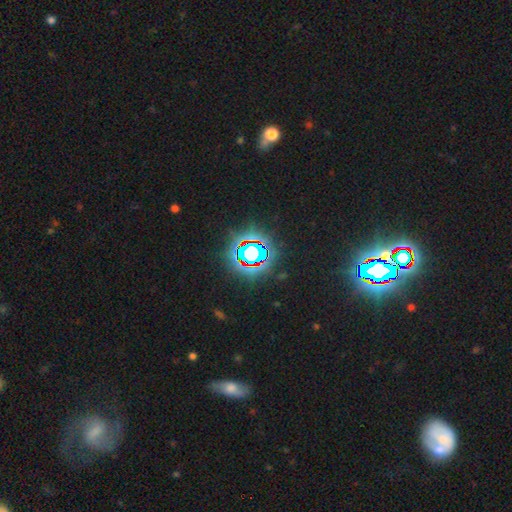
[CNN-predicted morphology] The model was most divided on "smooth or featured": star or artifact: 80%, smooth: 11%, featured or disk: 9%.